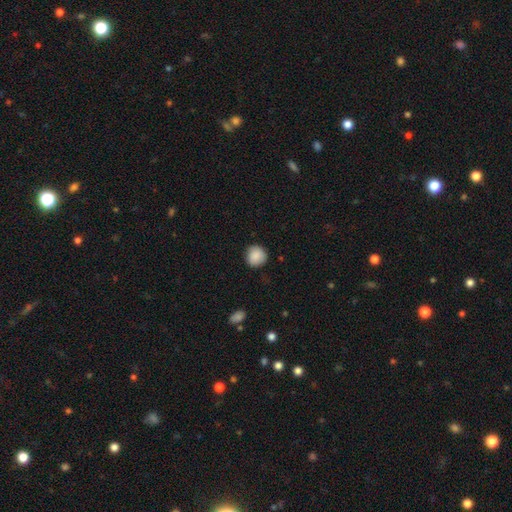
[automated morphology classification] type=smooth (88%); roundness=round (91%); merging=none (86%).